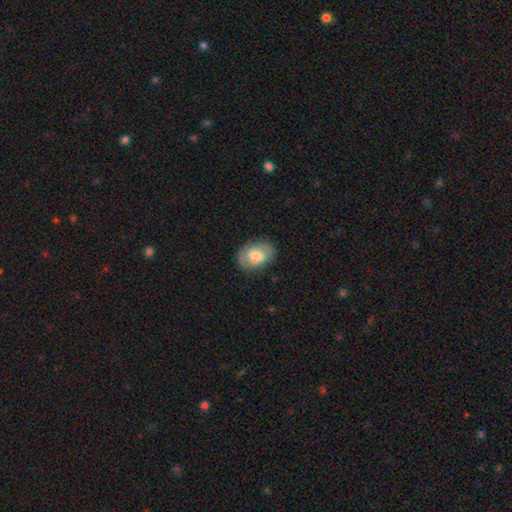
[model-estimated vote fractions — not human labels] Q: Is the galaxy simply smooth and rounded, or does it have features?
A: smooth — 57%.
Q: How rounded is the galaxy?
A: in between — 75%.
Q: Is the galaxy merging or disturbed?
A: none — 69%.